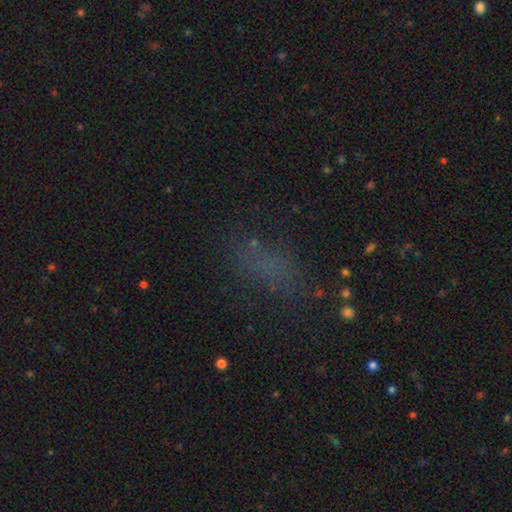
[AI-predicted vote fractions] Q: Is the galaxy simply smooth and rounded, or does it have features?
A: smooth — 56%.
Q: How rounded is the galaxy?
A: in between — 74%.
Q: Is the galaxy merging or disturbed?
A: none — 66%.